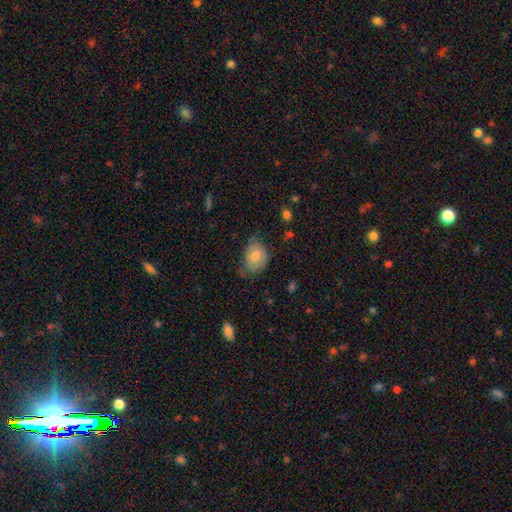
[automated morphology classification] This appears to be a smooth galaxy with no disk features (70%) that is in between round and cigar-shaped (70%). Merging: none (55%).